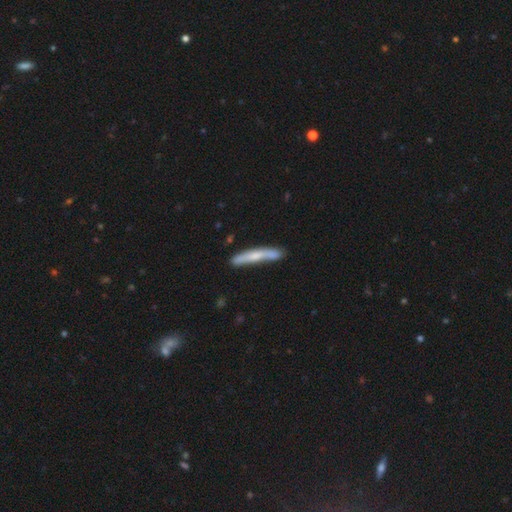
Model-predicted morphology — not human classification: A smooth galaxy with no disk features (56%) that is cigar-shaped (94%). Merging: none (72%).